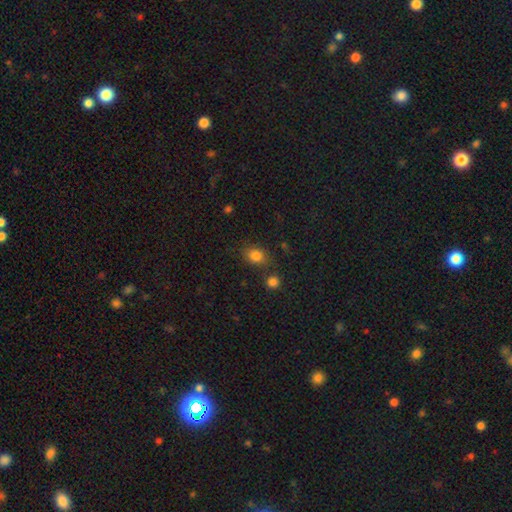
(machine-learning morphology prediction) Q: Smooth or featured?
A: smooth (81%); runner-up: star or artifact (12%)
Q: How rounded?
A: in between (53%); runner-up: round (46%)
Q: Merging?
A: none (73%); runner-up: minor disturbance (14%)